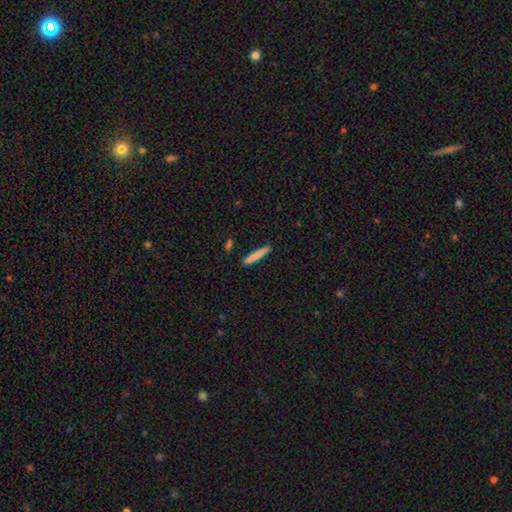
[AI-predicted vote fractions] Smooth or featured? smooth (80%)
How rounded? cigar-shaped (95%)
Merging? none (90%)